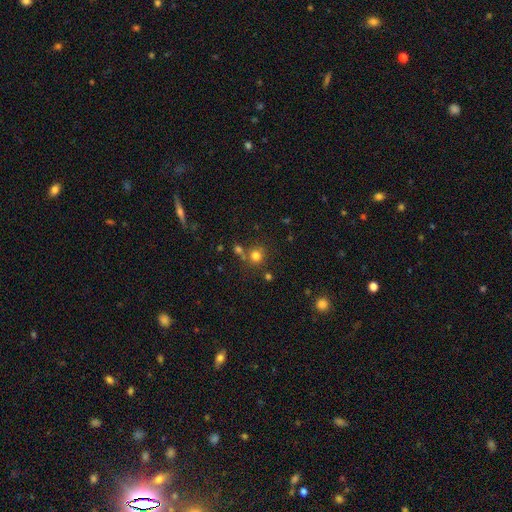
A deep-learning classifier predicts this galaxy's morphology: This appears to be a smooth galaxy with no disk features (77%) that is round (88%). Merging: none (67%).